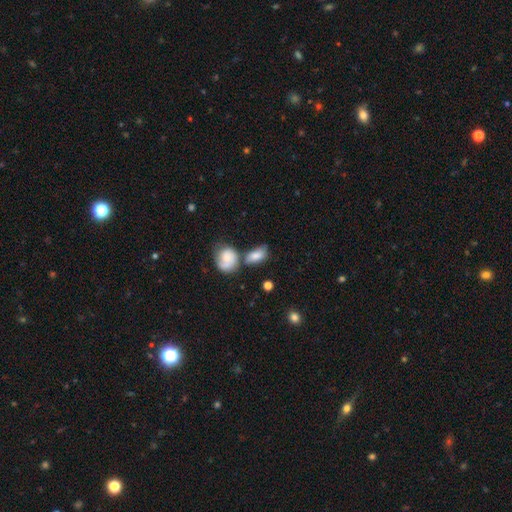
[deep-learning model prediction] A smooth galaxy with no disk features (73%) that is in between round and cigar-shaped (84%).

Vote fractions:
- Smooth or featured? smooth: 73% / featured or disk: 19% / star or artifact: 8%
- How rounded? in between: 84% / round: 12% / cigar-shaped: 4%
- Merging? none: 40% / merger: 31% / minor disturbance: 20% / major disturbance: 9%